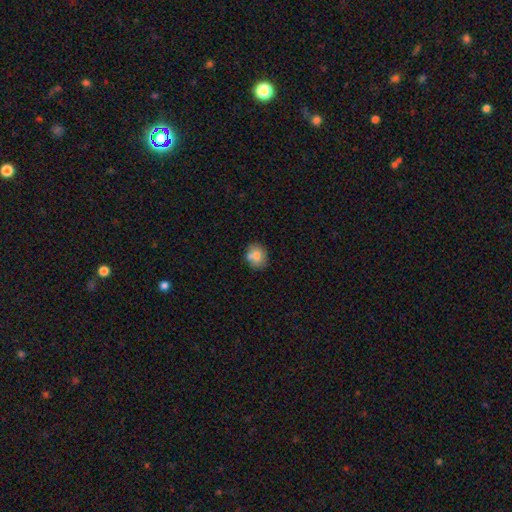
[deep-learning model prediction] Smooth or featured: smooth — 76% (featured or disk — 15%)
How rounded: round — 69% (in between — 30%)
Merging: none — 67% (merger — 15%)